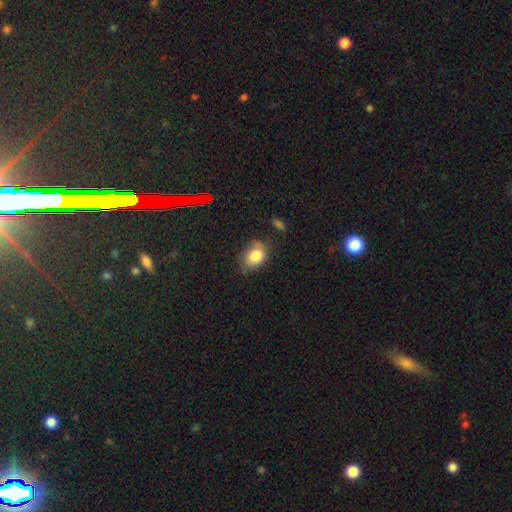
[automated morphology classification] smooth_or_featured: smooth (p=0.80) [alt: featured or disk p=0.11]
how_rounded: in between (p=0.75) [alt: round p=0.24]
merging: none (p=0.63) [alt: minor disturbance p=0.27]